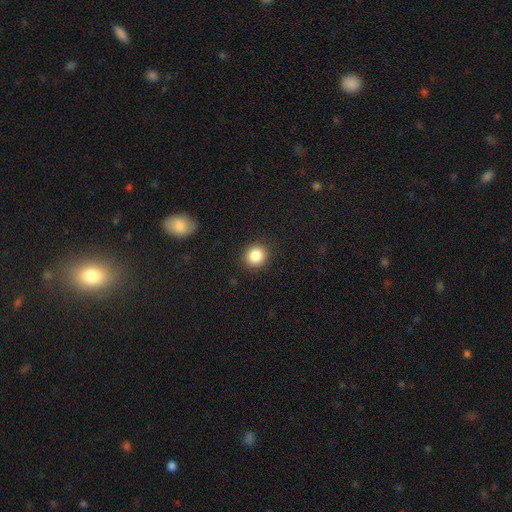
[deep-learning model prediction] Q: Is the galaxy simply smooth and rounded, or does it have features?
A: smooth — 86%.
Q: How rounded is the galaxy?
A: round — 89%.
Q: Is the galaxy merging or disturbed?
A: none — 90%.